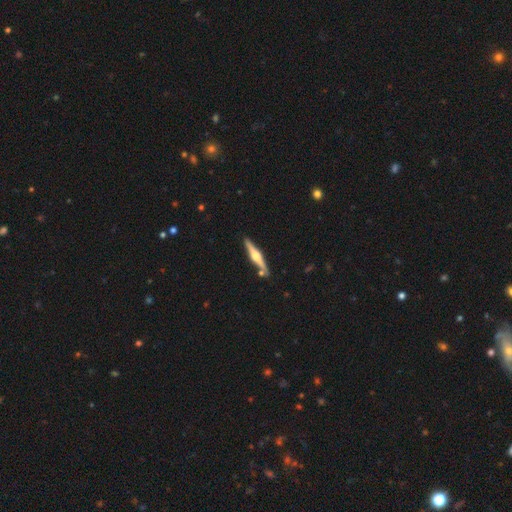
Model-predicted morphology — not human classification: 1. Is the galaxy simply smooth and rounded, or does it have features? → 75% featured or disk, 20% smooth, 5% star or artifact.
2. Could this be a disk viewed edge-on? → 98% yes, 2% no.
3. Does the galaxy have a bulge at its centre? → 93% rounded, 4% boxy, 2% none.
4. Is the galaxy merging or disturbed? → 85% none, 8% minor disturbance, 5% merger, 2% major disturbance.